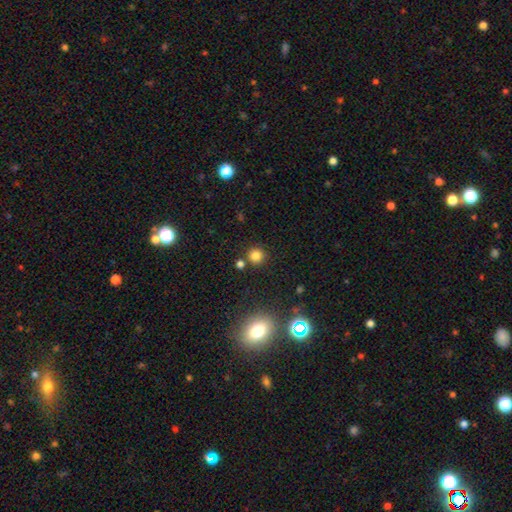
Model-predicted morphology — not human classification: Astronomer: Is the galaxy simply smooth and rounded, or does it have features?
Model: smooth — 80%.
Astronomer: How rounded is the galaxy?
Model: round — 93%.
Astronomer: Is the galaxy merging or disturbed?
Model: none — 81%.